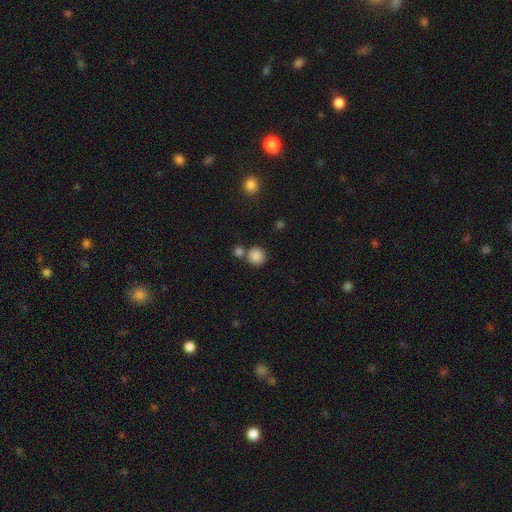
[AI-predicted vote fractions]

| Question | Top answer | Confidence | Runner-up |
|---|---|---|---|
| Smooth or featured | smooth | 86% | star or artifact (10%) |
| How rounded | round | 91% | in between (8%) |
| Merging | none | 66% | merger (22%) |